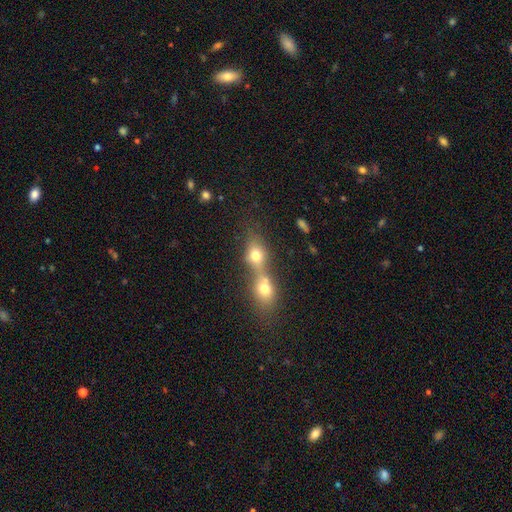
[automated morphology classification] This appears to be a smooth galaxy with no disk features (70%) that is round (48%, tied with in between). Merging: merger (67%).